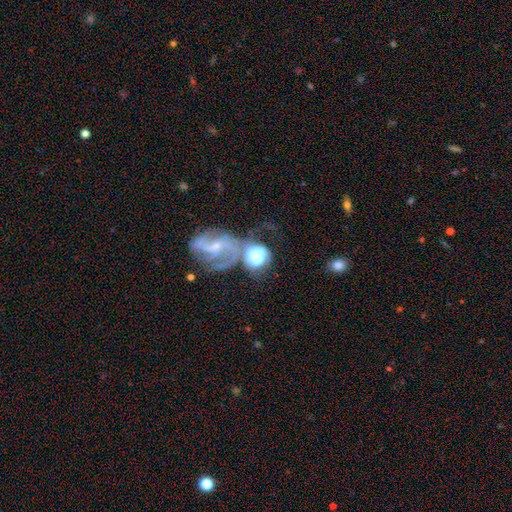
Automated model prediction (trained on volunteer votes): This appears to be a featured or disk galaxy (67%) with no bar (54%), 2 (58%) medium (43%) spiral arms (86%) and a small central bulge (40%). Merging: merger (56%).